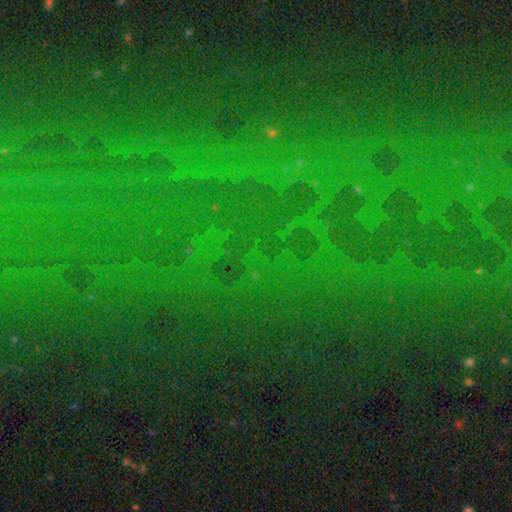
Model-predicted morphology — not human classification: This appears to be a star or artifact, not a galaxy (81%).